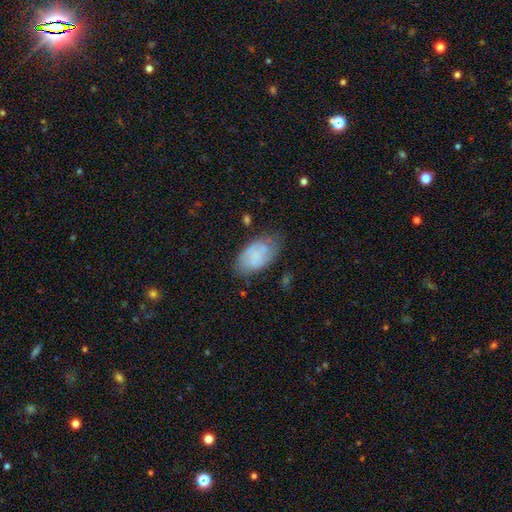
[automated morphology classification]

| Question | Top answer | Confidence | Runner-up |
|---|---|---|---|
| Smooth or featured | smooth | 59% | featured or disk (33%) |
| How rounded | in between | 93% | round (5%) |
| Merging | none | 61% | minor disturbance (28%) |